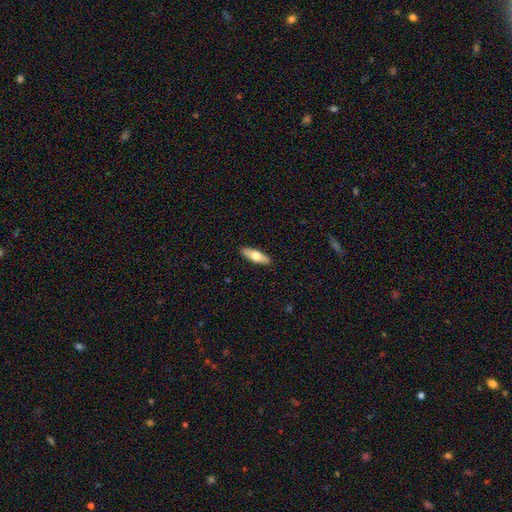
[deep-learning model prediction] This appears to be a smooth galaxy with no disk features (65%) that is in between round and cigar-shaped (57%). Merging: none (90%).